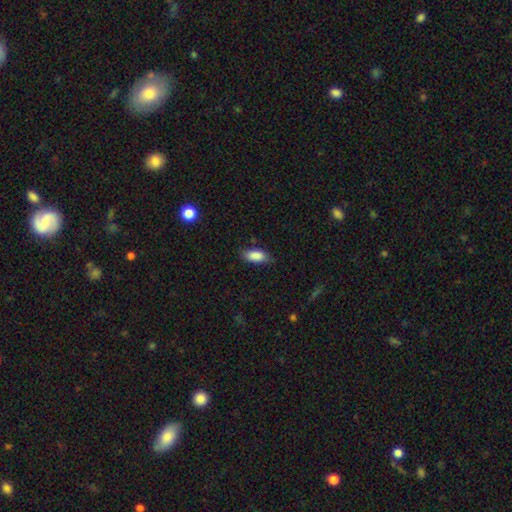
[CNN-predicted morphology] The model was most divided on "merging": none: 76%, minor disturbance: 18%, major disturbance: 4%, merger: 1%. More confident: smooth or featured — smooth (87%); how rounded — in between (87%).